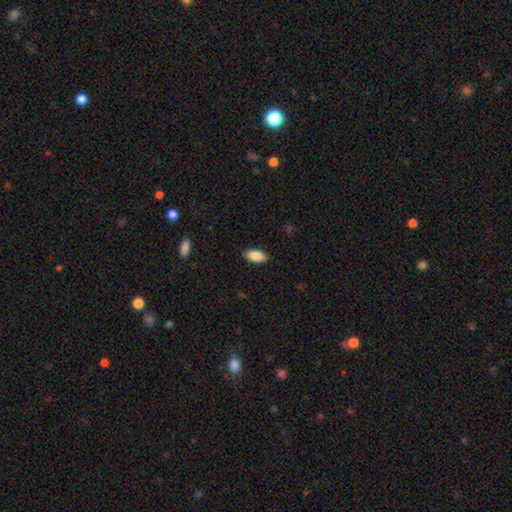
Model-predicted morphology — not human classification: Overall: smooth (90%). How rounded: in between (93%). Merging: none (89%).